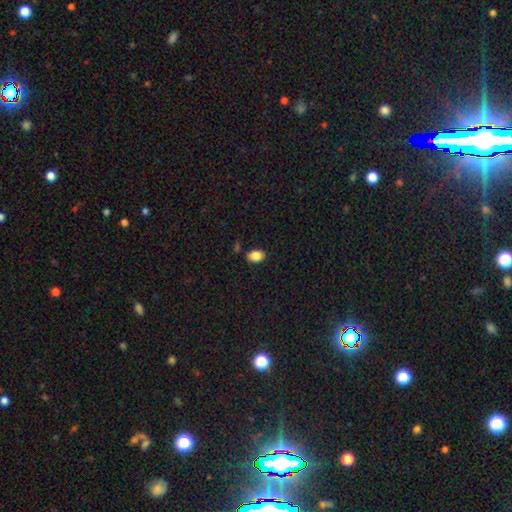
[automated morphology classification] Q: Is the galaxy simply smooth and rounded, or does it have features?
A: smooth — 87%.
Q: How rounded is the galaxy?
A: in between — 80%.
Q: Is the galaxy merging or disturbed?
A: none — 83%.